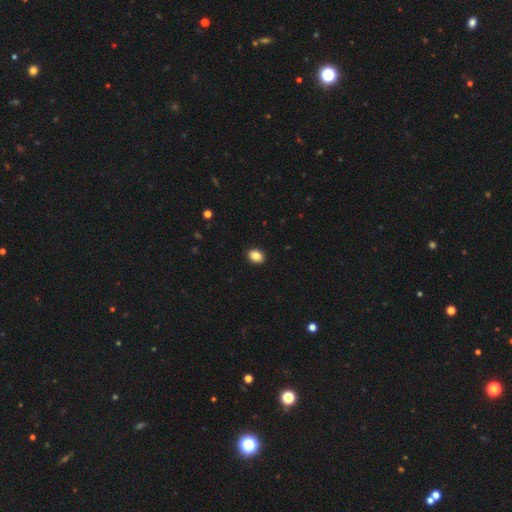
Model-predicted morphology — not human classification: smooth 87%, star or artifact 9%, featured or disk 4%. Down the decision tree: how rounded — in between (57%); merging — none (92%).